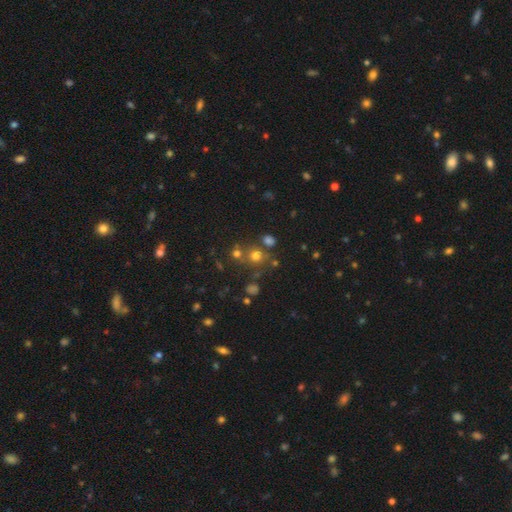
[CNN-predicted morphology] This is likely a smooth galaxy (67%). How rounded: clearly round (83%). Merging: likely none (65%).